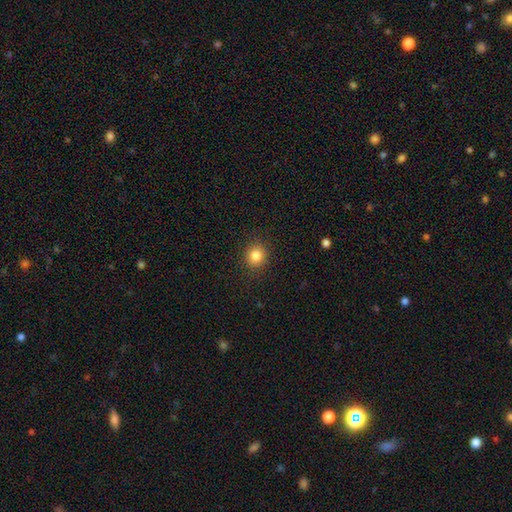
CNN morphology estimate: Smooth or featured: smooth — 84% (star or artifact — 11%)
How rounded: round — 84% (in between — 15%)
Merging: none — 89% (minor disturbance — 7%)